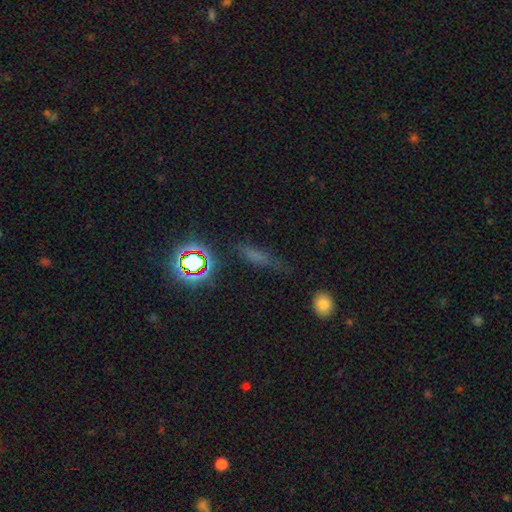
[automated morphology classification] A smooth galaxy with no disk features (49%). Merging: none (64%).